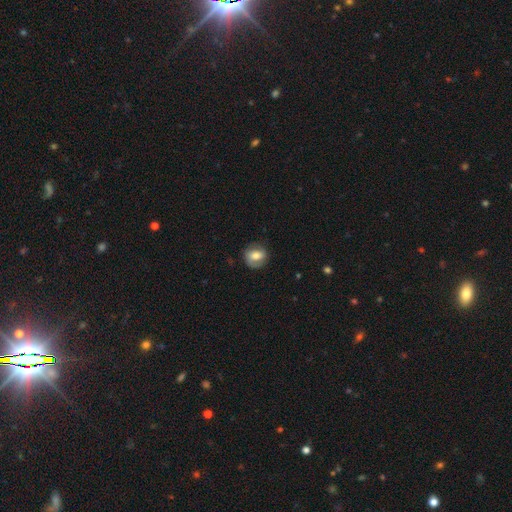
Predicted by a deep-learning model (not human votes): smooth_or_featured: smooth (p=0.63) [alt: featured or disk p=0.29]
how_rounded: round (p=0.63) [alt: in between p=0.35]
merging: none (p=0.76) [alt: minor disturbance p=0.17]